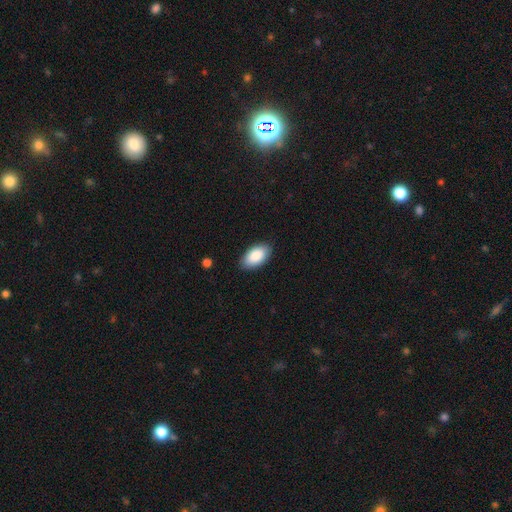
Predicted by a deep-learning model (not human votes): The model was most divided on "merging": none: 86%, minor disturbance: 10%, major disturbance: 2%, merger: 1%. More confident: how rounded — in between (95%); smooth or featured — smooth (88%).